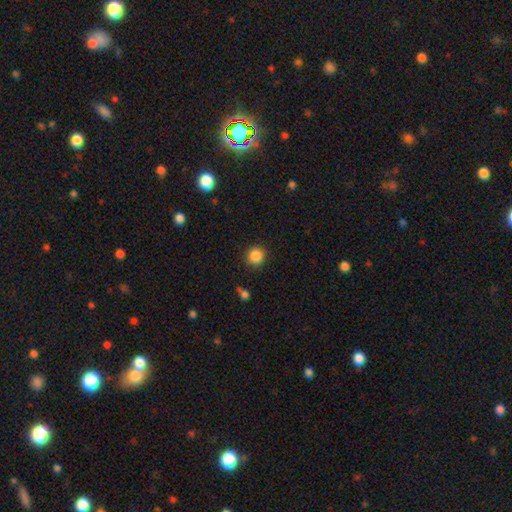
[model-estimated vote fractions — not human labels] smooth 87%, star or artifact 10%, featured or disk 3%. Down the decision tree: how rounded — round (92%); merging — none (89%).